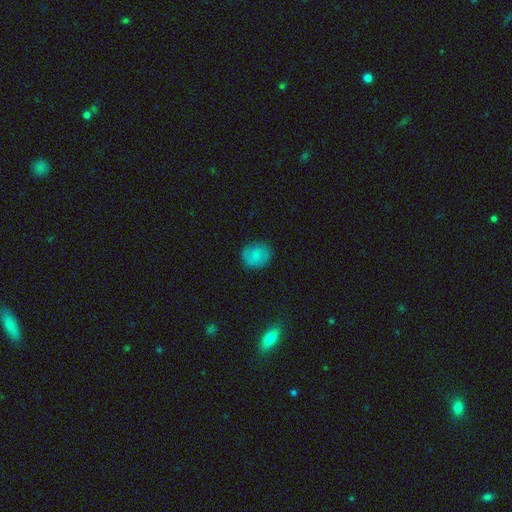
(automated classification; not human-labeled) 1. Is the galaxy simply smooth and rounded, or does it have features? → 74% smooth, 16% featured or disk, 9% star or artifact.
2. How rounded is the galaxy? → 80% round, 19% in between, 1% cigar-shaped.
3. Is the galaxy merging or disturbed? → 84% none, 12% minor disturbance, 3% major disturbance, 1% merger.